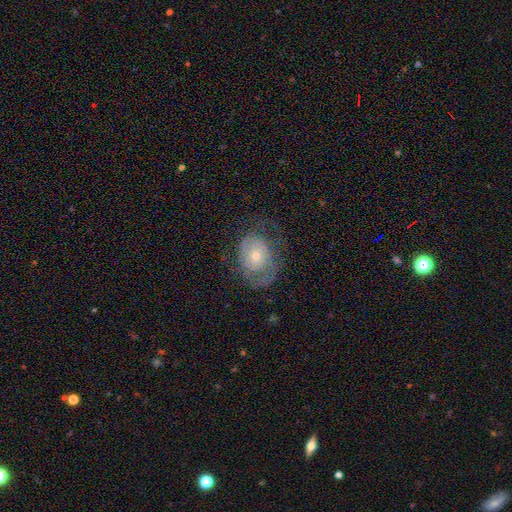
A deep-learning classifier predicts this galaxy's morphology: Smooth or featured: featured or disk — 61% (smooth — 32%)
Edge-on disk: no — 97% (yes — 3%)
Bar: no — 82% (weak — 16%)
Spiral arms: yes — 72% (no — 28%)
Bulge size: small — 53% (moderate — 41%)
Merging: none — 51% (major disturbance — 24%)